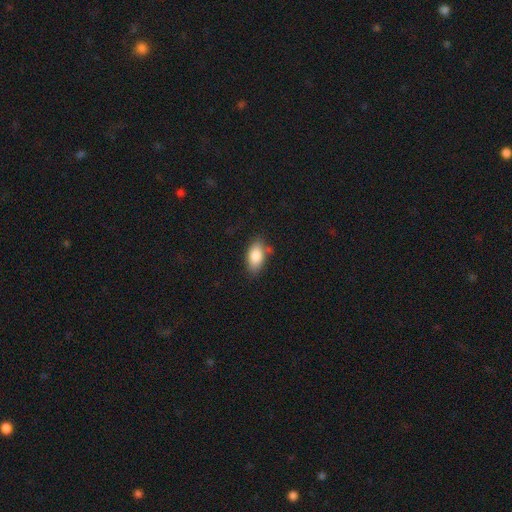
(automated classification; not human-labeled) smooth 85%, featured or disk 8%, star or artifact 7%. Down the decision tree: how rounded — in between (91%); merging — none (72%).